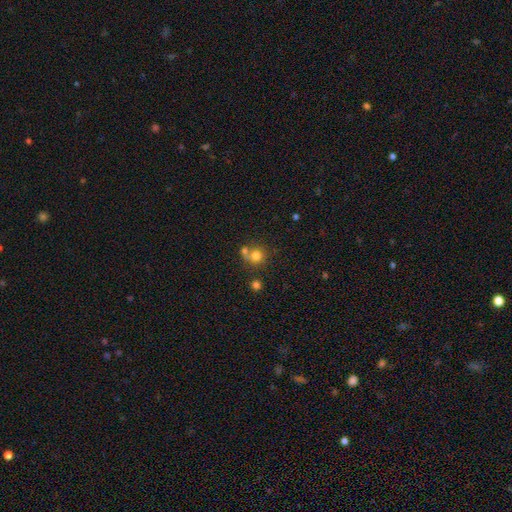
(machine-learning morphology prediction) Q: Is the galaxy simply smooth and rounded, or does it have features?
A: smooth — 75%.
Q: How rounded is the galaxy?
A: round — 85%.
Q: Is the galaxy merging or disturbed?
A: none — 49%.